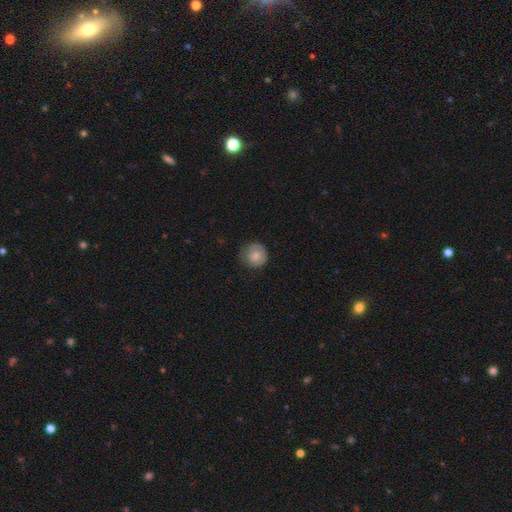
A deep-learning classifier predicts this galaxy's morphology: Overall: smooth (67%). How rounded: round (92%). Merging: none (75%).